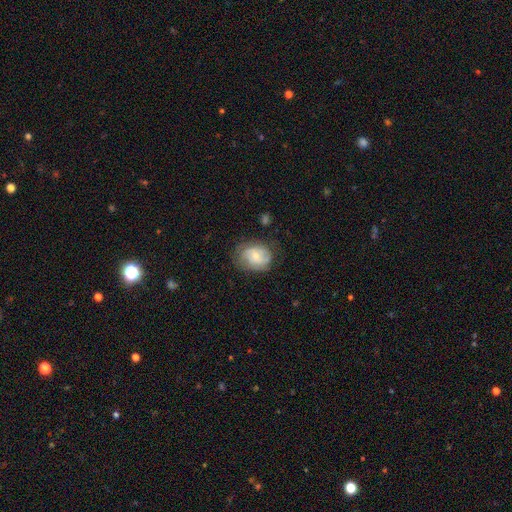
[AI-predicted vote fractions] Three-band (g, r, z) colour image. It shows a featured or disk galaxy (47%). Merging: none (67%).